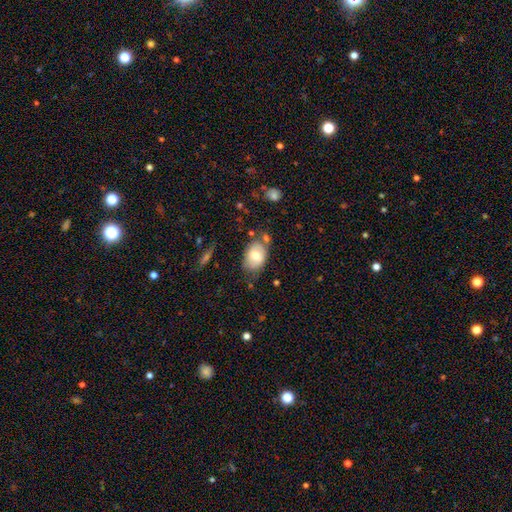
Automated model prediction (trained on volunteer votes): Smooth or featured?
  - smooth: 72% *
  - featured or disk: 21%
  - star or artifact: 7%
How rounded?
  - in between: 86% *
  - round: 13%
  - cigar-shaped: 1%
Merging?
  - none: 64% *
  - minor disturbance: 22%
  - merger: 8%
  - major disturbance: 6%